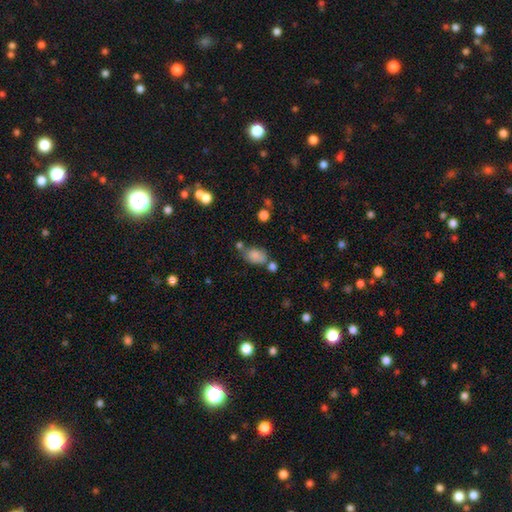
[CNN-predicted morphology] A smooth galaxy with no disk features (83%) that is in between round and cigar-shaped (87%). Merging: none (54%).